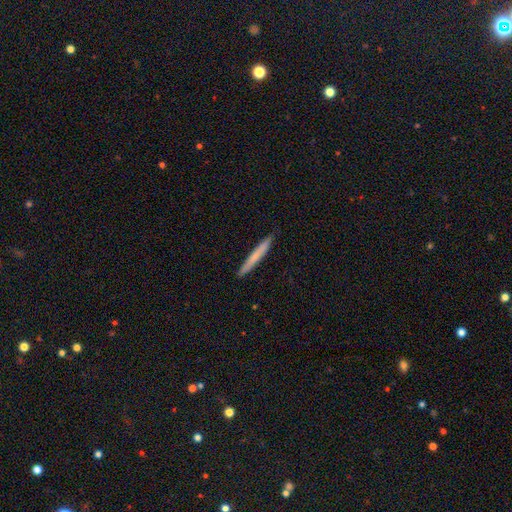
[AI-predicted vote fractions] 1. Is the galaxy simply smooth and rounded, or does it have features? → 68% smooth, 27% featured or disk, 5% star or artifact.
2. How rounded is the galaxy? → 97% cigar-shaped, 2% in between, 1% round.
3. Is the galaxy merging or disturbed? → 91% none, 6% minor disturbance, 1% major disturbance, 1% merger.